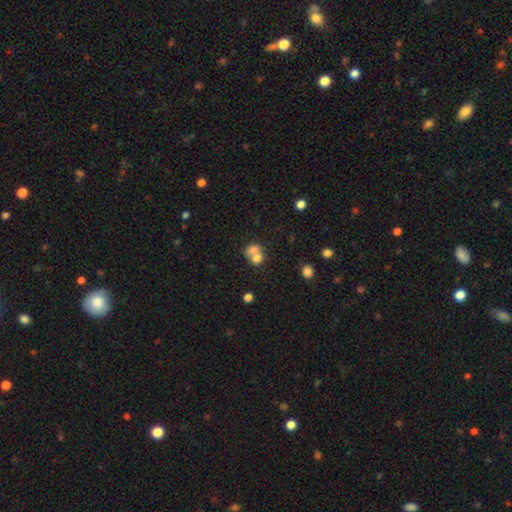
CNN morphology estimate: Smooth or featured: smooth — 71% (featured or disk — 18%)
How rounded: round — 56% (in between — 43%)
Merging: merger — 66% (none — 23%)